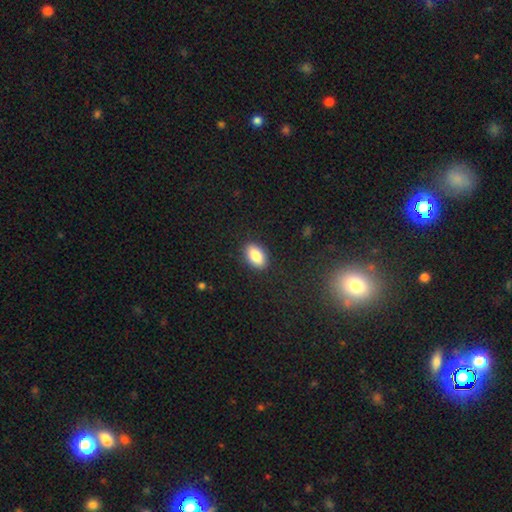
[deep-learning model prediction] This is clearly a smooth galaxy (85%). How rounded: clearly in between (90%). Merging: clearly none (88%).